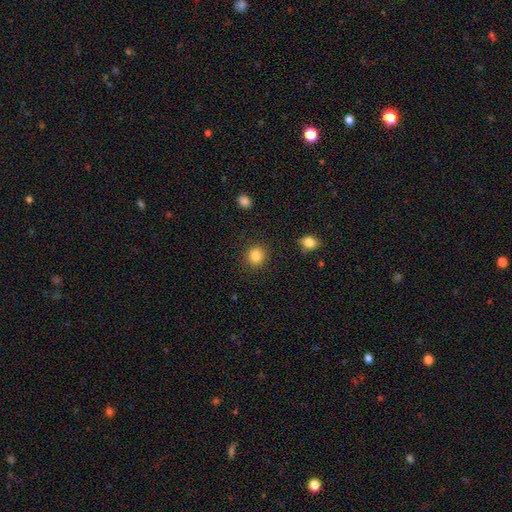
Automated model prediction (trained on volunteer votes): The model was most divided on "smooth or featured": smooth: 85%, star or artifact: 10%, featured or disk: 5%. More confident: merging — none (90%); how rounded — round (88%).